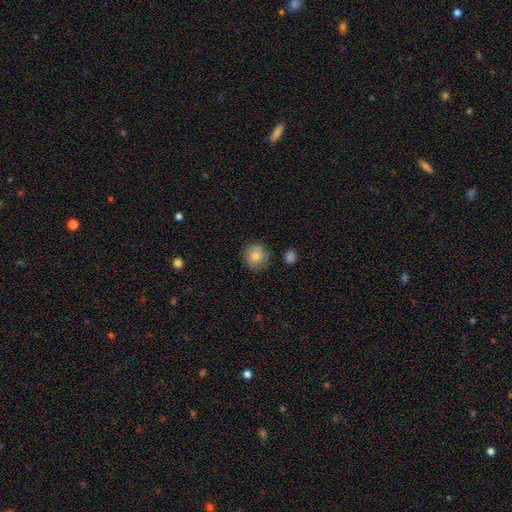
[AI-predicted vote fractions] smooth 80%, featured or disk 11%, star or artifact 8%. Down the decision tree: how rounded — round (88%); merging — none (82%).